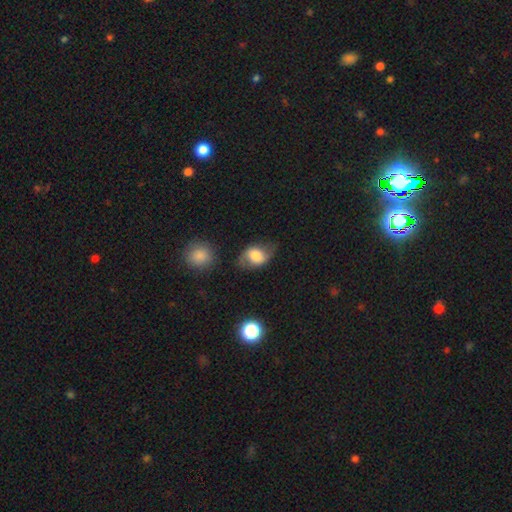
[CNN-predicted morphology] Overall: smooth (52%; featured or disk 39%). How rounded: in between (68%; round 30%). Merging: none (58%; minor disturbance 26%).